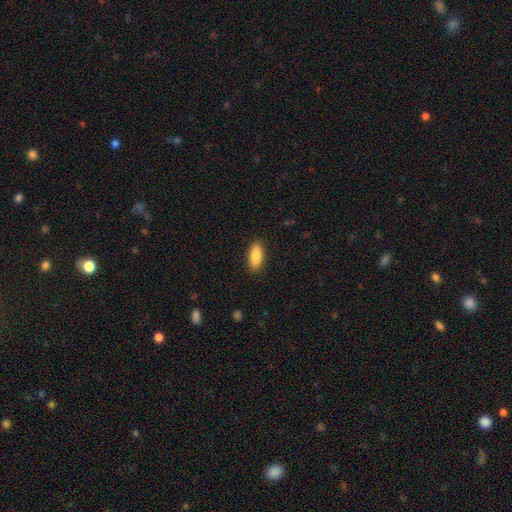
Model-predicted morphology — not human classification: Q: Smooth or featured?
A: smooth (86%); runner-up: featured or disk (8%)
Q: How rounded?
A: in between (79%); runner-up: cigar-shaped (19%)
Q: Merging?
A: none (89%); runner-up: minor disturbance (8%)